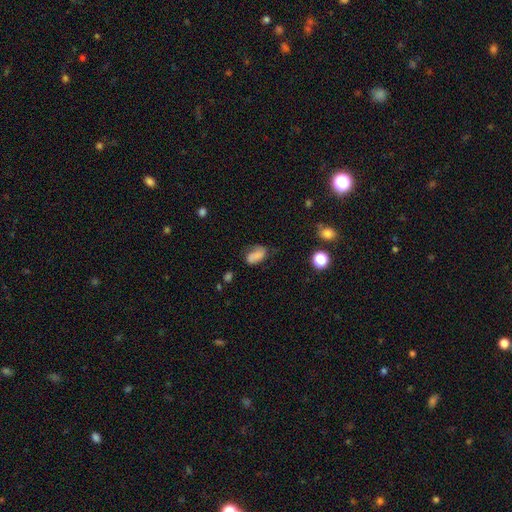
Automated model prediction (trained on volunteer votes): A smooth galaxy with no disk features (63%) that is in between round and cigar-shaped (88%).

Vote fractions:
- Smooth or featured? smooth: 63% / featured or disk: 26% / star or artifact: 11%
- How rounded? in between: 88% / round: 8% / cigar-shaped: 4%
- Merging? none: 52% / minor disturbance: 29% / major disturbance: 14% / merger: 5%